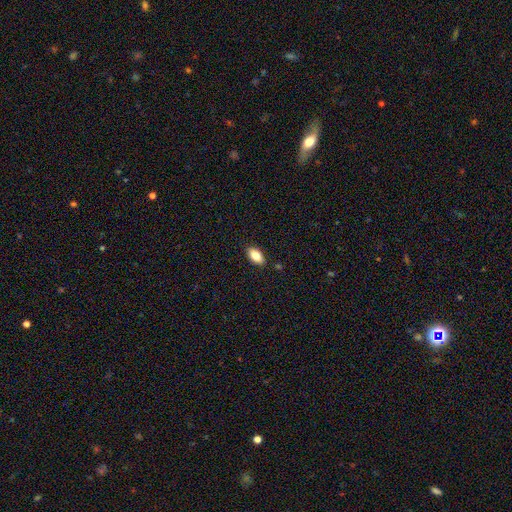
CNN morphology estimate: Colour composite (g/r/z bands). It shows a smooth galaxy with no disk features (82%) that is in between round and cigar-shaped (91%). Merging: none (88%).